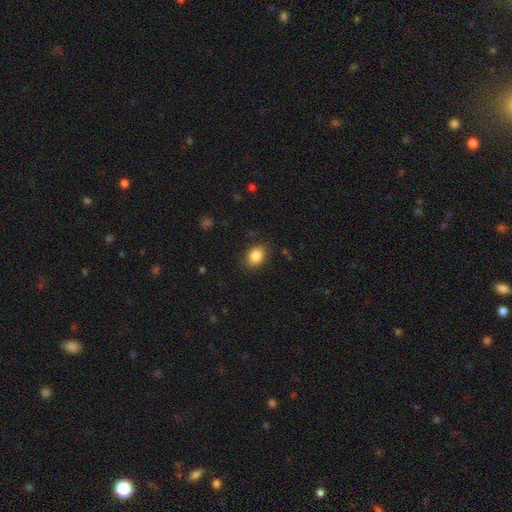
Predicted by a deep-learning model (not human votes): This is clearly a smooth galaxy (86%). How rounded: likely in between (69%). Merging: clearly none (83%).